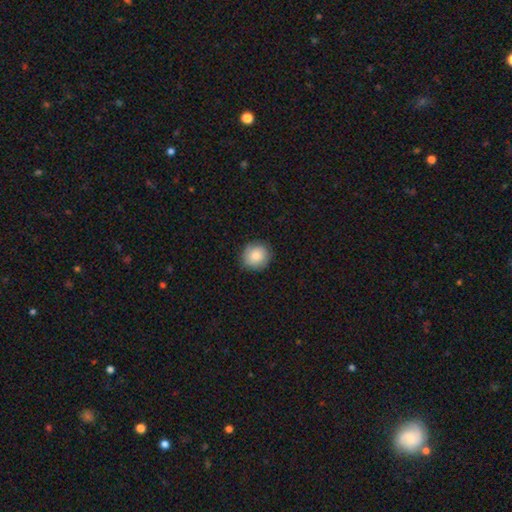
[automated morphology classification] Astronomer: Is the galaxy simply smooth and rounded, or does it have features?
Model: smooth — 82%.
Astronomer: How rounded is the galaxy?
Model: round — 89%.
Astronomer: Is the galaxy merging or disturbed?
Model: none — 86%.